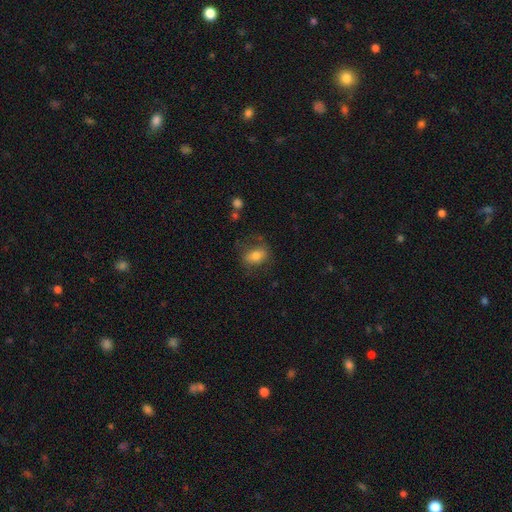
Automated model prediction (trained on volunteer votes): Smooth or featured? Predicted: smooth (p=0.71). How rounded? Predicted: in between (p=0.75). Merging? Predicted: none (p=0.63).